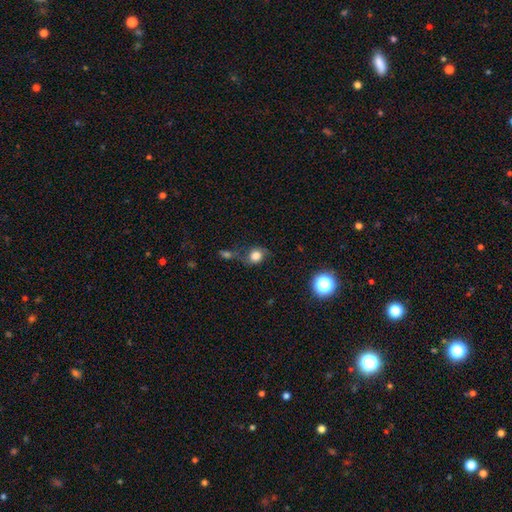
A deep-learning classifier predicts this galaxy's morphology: Smooth or featured: smooth — 75% (featured or disk — 13%)
How rounded: round — 70% (in between — 28%)
Merging: none — 49% (minor disturbance — 20%)